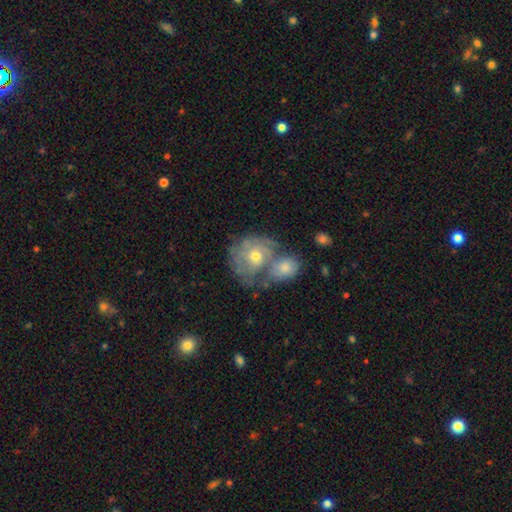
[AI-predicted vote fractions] A featured or disk galaxy (60%) with no bar (80%), spiral arms (72%) and a moderate central bulge (55%). Merging: merger (50%).